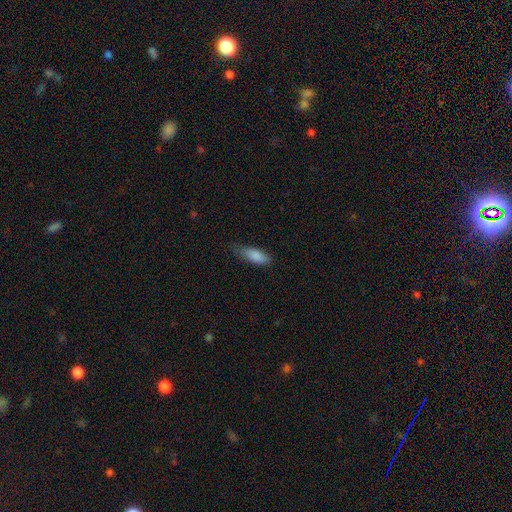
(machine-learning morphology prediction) This is clearly a smooth galaxy (86%). How rounded: likely in between (71%). Merging: possibly none (58%).